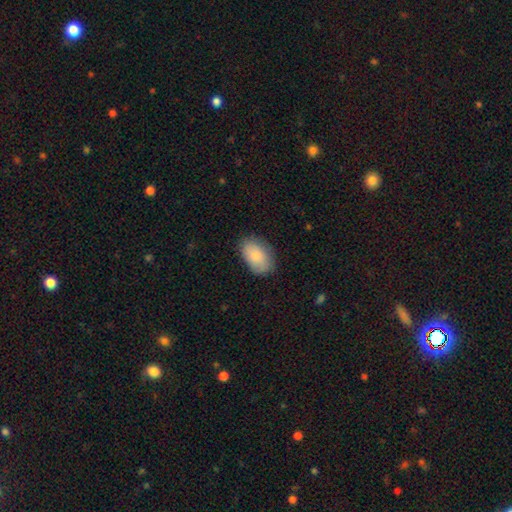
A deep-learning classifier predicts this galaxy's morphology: Smooth or featured: smooth — 84% (featured or disk — 10%)
How rounded: in between — 92% (round — 7%)
Merging: none — 80% (minor disturbance — 16%)